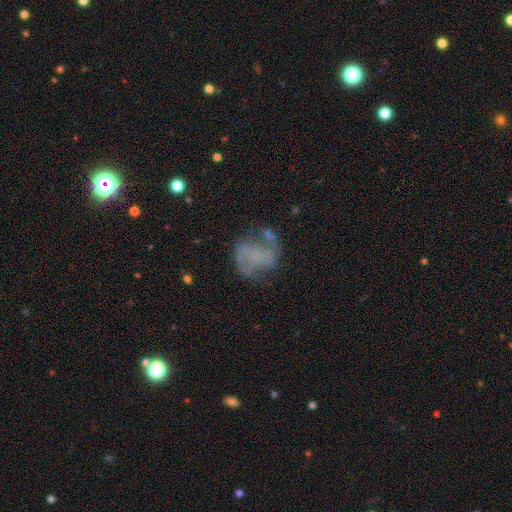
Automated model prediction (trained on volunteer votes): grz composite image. It shows a featured or disk galaxy (65%) with no bar (61%), spiral arms (70%) and no central bulge (58%). Merging: none (54%).